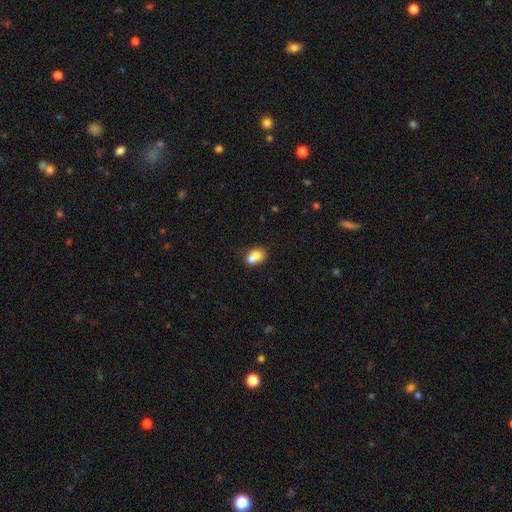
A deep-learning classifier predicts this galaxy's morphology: This appears to be a smooth galaxy with no disk features (73%) that is in between round and cigar-shaped (51%). Merging: merger (56%).